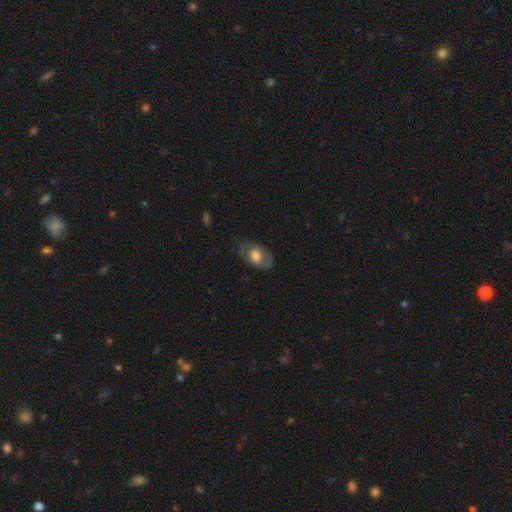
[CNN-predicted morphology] This appears to be a smooth galaxy with no disk features (58%) that is in between round and cigar-shaped (84%). Merging: none (72%).